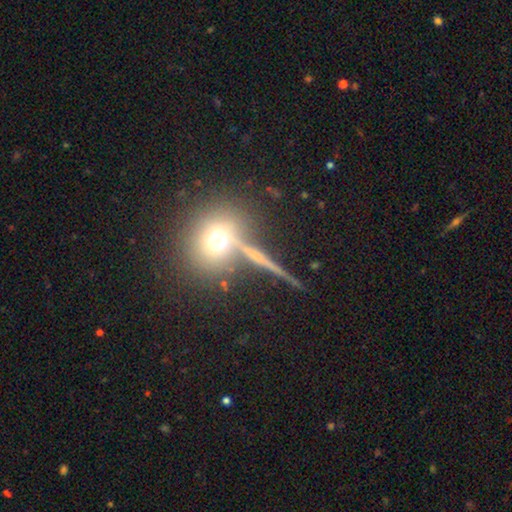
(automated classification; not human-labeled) The model was most divided on "smooth or featured": featured or disk: 42%, smooth: 37%, star or artifact: 21%. More confident: merging — none (77%).